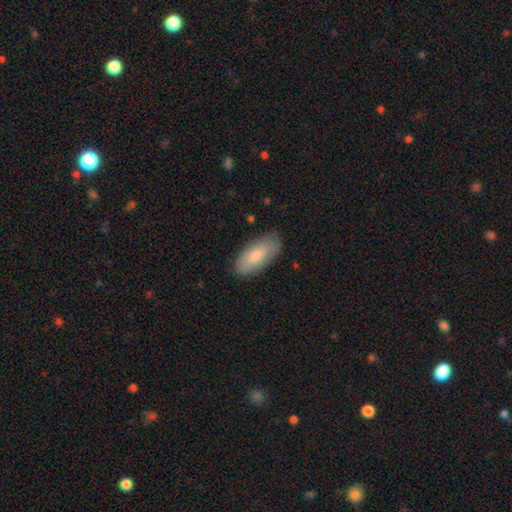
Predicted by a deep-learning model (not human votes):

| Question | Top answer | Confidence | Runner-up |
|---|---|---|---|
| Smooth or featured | smooth | 78% | featured or disk (16%) |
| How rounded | in between | 89% | cigar-shaped (9%) |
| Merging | none | 82% | minor disturbance (14%) |